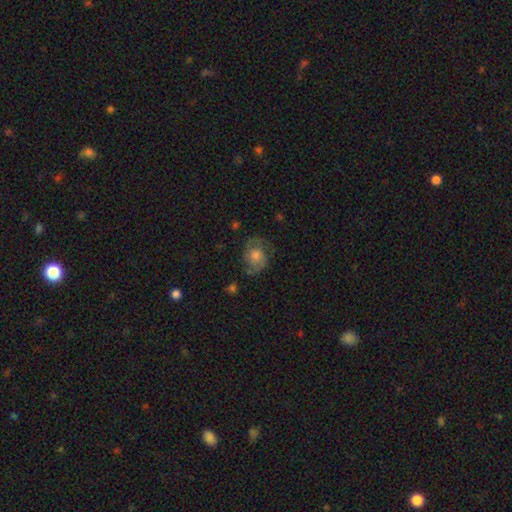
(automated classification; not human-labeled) Overall: featured or disk (60%; smooth 30%). Edge-on disk: no (97%). Bar: no (77%). Spiral arms: yes (87%). Spiral arm count: 2 (81%). Spiral winding: medium (46%; tight 34%). Bulge size: moderate (58%; small 22%). Merging: none (69%).